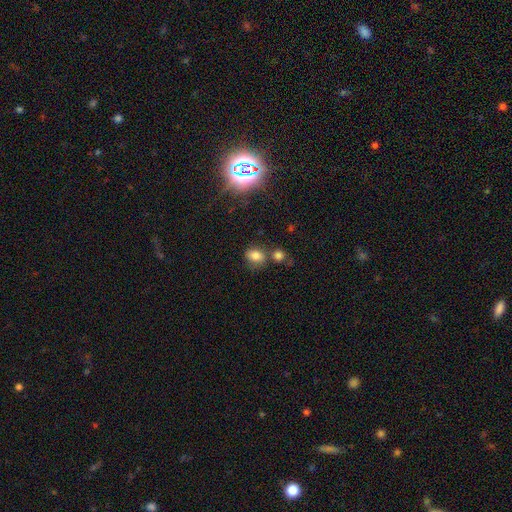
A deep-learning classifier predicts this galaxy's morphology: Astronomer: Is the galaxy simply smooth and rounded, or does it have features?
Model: smooth — 78%.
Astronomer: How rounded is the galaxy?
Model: in between — 59% (runner-up: round, 39%).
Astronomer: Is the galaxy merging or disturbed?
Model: none — 58%.